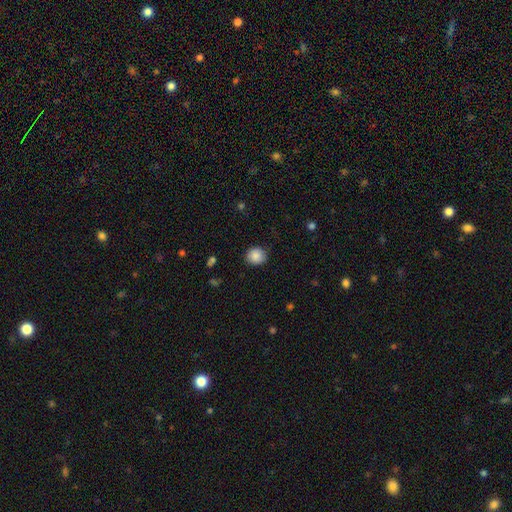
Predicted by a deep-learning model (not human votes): Smooth or featured? smooth (87%)
How rounded? round (80%)
Merging? none (86%)